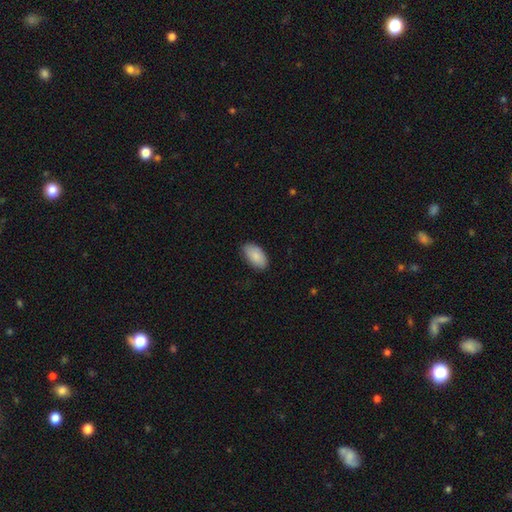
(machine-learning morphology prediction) A smooth galaxy with no disk features (88%) that is in between round and cigar-shaped (95%).

Vote fractions:
- Smooth or featured? smooth: 88% / star or artifact: 6% / featured or disk: 6%
- How rounded? in between: 95% / round: 3% / cigar-shaped: 2%
- Merging? none: 85% / minor disturbance: 12% / major disturbance: 2% / merger: 1%